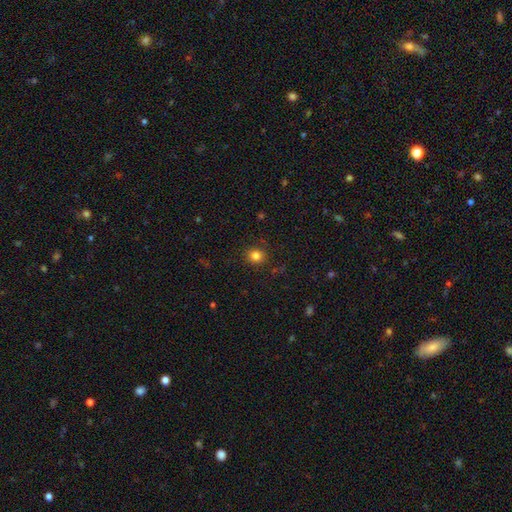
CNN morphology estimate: The model was most divided on "smooth or featured": smooth: 82%, star or artifact: 13%, featured or disk: 5%. More confident: merging — none (89%); how rounded — round (86%).